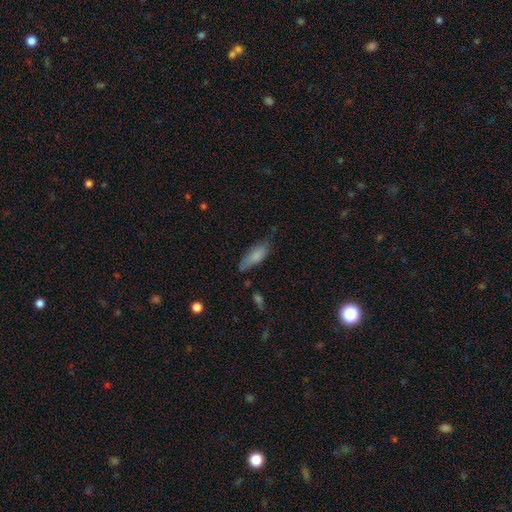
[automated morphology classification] A smooth galaxy with no disk features (77%) that is in between round and cigar-shaped (62%). Merging: none (54%).